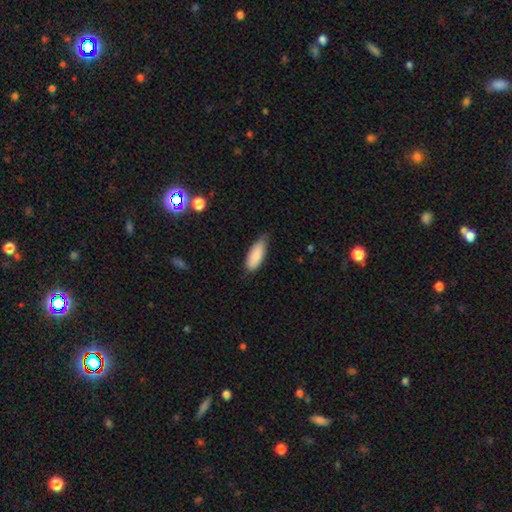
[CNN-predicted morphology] Smooth or featured? Predicted: smooth (p=0.87). How rounded? Predicted: in between (p=0.72). Merging? Predicted: none (p=0.64).